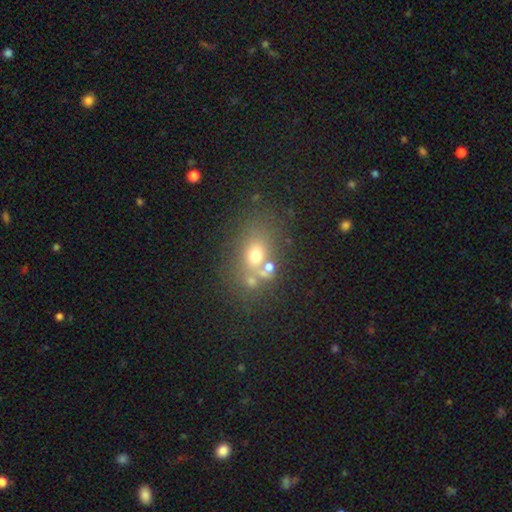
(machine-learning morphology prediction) Overall: smooth (61%). How rounded: in between (55%; round 44%). Merging: none (53%; merger 26%).